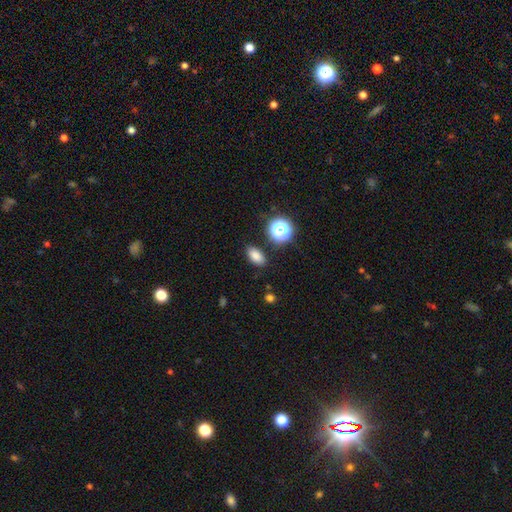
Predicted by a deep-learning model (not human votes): Overall: smooth (82%). How rounded: in between (85%). Merging: none (86%).